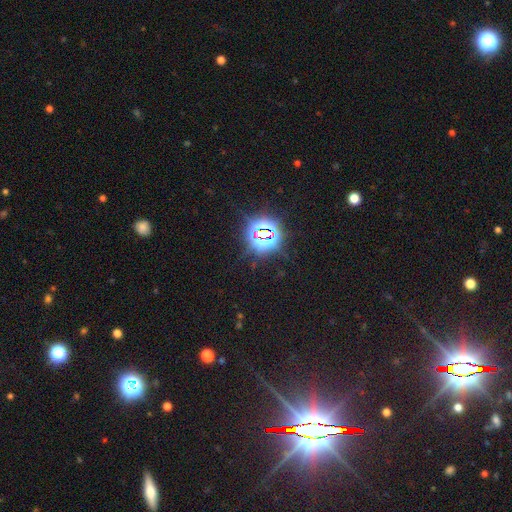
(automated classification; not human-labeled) Smooth or featured: star or artifact — 80% (smooth — 12%)